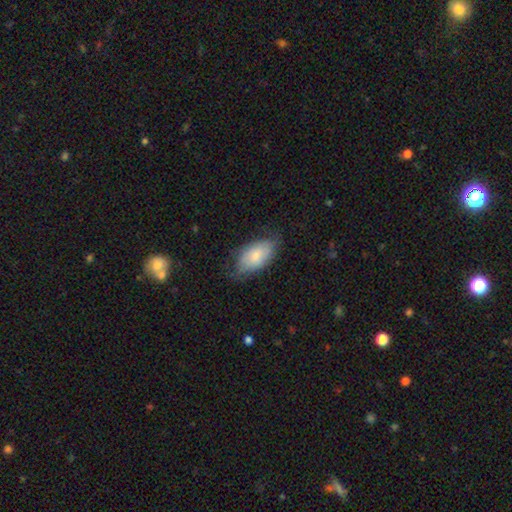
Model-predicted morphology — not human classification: Smooth or featured?
  - smooth: 74% *
  - featured or disk: 19%
  - star or artifact: 6%
How rounded?
  - in between: 93% *
  - round: 4%
  - cigar-shaped: 3%
Merging?
  - none: 60% *
  - minor disturbance: 30%
  - major disturbance: 8%
  - merger: 1%